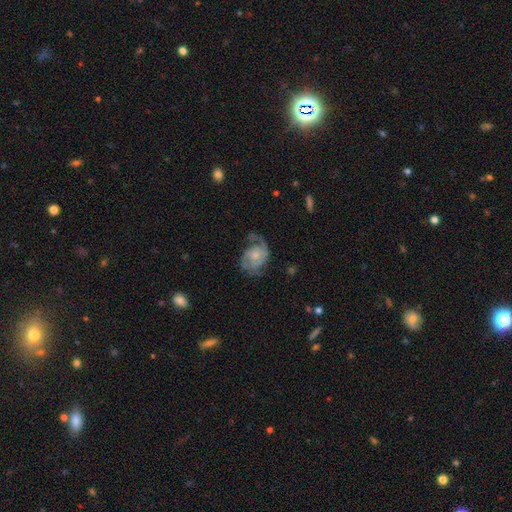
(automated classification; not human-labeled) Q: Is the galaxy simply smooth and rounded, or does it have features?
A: featured or disk — 82%.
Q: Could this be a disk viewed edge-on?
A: no — 98%.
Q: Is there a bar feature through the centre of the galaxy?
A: no — 71%.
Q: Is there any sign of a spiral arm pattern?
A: yes — 94%.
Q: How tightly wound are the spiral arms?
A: medium — 45%.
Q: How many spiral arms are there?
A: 2 — 65%.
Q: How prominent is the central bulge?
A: small — 48%.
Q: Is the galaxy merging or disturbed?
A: none — 55%.